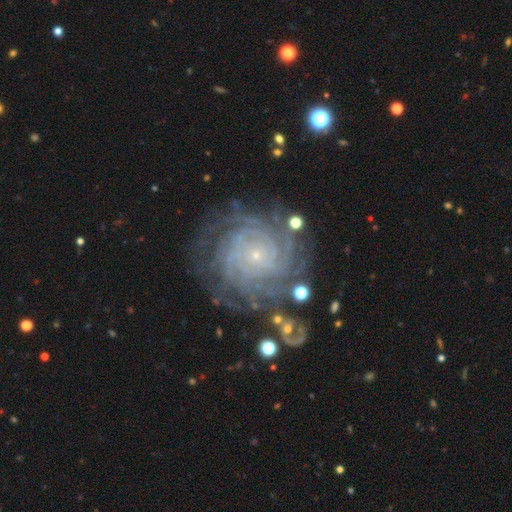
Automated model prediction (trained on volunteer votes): Smooth or featured? featured or disk (88%)
Edge-on disk? no (98%)
Bar? no (81%)
Spiral arms? yes (98%)
Spiral winding? tight (83%)
Spiral arm count? more than 4 (34%)
Bulge size? small (90%)
Merging? none (74%)